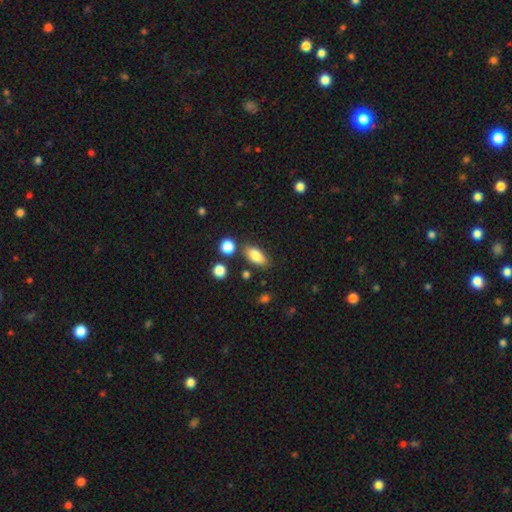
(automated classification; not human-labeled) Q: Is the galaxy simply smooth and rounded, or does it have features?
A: smooth — 85%.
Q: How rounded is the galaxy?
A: in between — 84%.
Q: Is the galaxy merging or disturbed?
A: none — 78%.